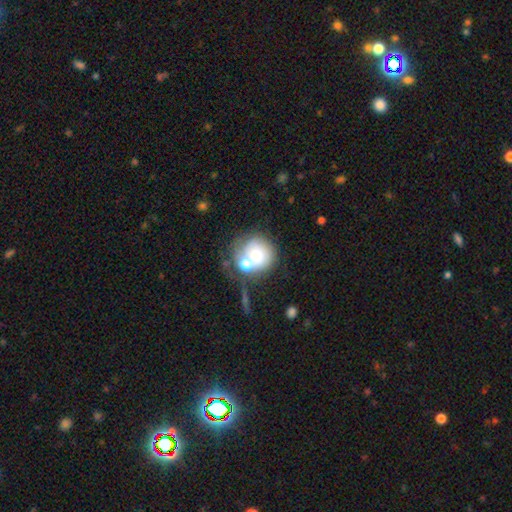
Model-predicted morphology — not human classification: Smooth or featured? Predicted: smooth (p=0.64). How rounded? Predicted: round (p=0.87). Merging? Predicted: merger (p=0.41).